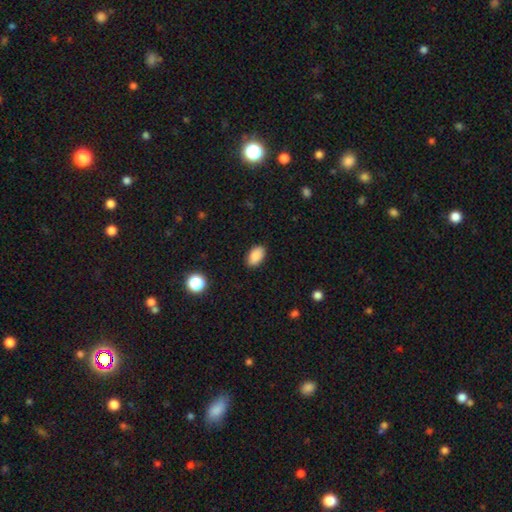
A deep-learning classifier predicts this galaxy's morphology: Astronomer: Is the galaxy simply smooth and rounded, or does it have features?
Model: smooth — 88%.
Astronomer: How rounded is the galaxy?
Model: in between — 92%.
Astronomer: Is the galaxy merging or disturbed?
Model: none — 88%.